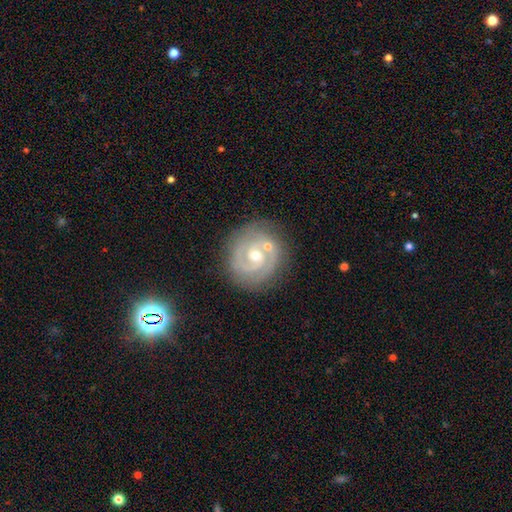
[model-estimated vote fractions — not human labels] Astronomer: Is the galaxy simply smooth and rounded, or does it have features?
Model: featured or disk — 85%.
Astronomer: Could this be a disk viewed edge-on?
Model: no — 98%.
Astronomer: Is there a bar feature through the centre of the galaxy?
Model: no — 61%.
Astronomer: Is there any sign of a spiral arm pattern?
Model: yes — 94%.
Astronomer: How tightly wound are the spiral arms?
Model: tight — 67%.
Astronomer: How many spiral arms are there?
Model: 2 — 71%.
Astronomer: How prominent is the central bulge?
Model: moderate — 51% (runner-up: small, 45%).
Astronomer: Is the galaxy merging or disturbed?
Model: none — 74%.